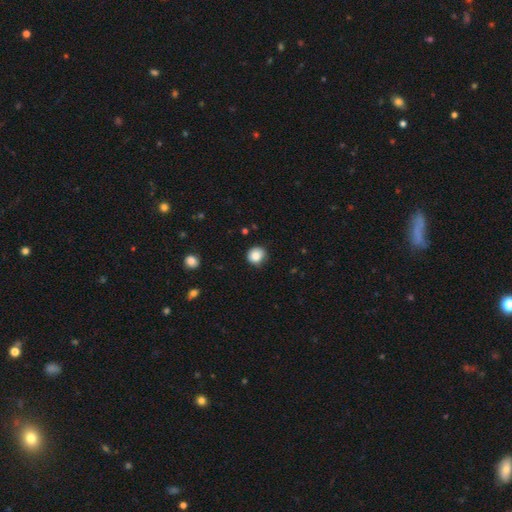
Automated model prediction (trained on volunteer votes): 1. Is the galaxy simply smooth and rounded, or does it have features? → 86% smooth, 10% star or artifact, 5% featured or disk.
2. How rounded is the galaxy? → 86% round, 14% in between, 1% cigar-shaped.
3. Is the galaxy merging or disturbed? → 78% none, 18% minor disturbance, 3% major disturbance, 2% merger.